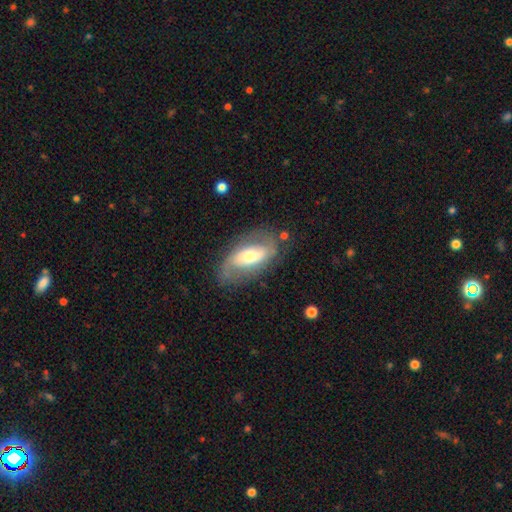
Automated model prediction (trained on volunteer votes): smooth_or_featured: featured or disk (p=0.67) [alt: smooth p=0.27]
disk_edge_on: no (p=0.92) [alt: yes p=0.08]
bar: no (p=0.44) [alt: weak p=0.33]
has_spiral_arms: yes (p=0.78) [alt: no p=0.22]
bulge_size: moderate (p=0.57) [alt: small p=0.29]
merging: none (p=0.71) [alt: minor disturbance p=0.18]